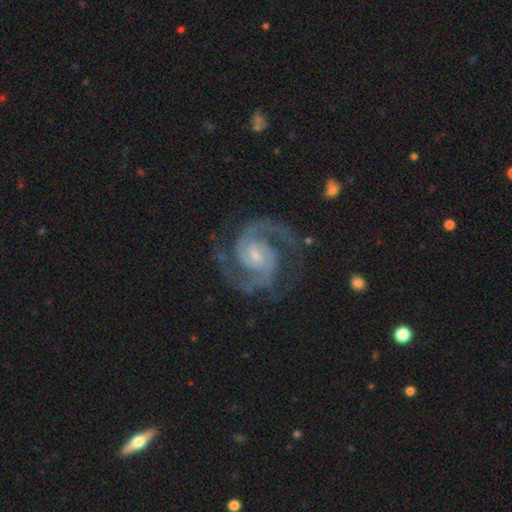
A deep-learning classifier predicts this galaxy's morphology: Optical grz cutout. It shows a featured or disk galaxy (93%) with no bar (45%), 2 (90%) medium (52%) spiral arms (99%) and a small central bulge (66%). Merging: none (78%).